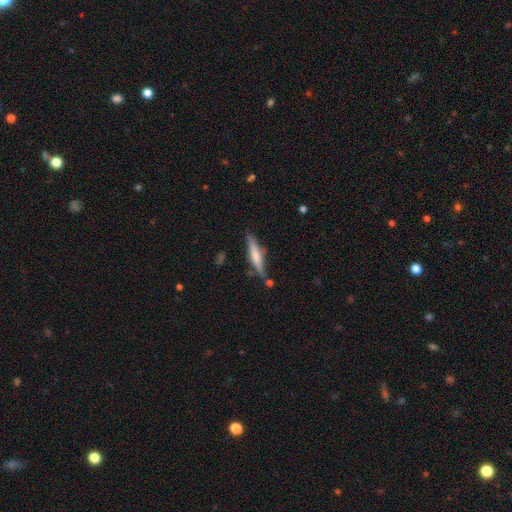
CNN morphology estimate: Overall: featured or disk (49%; smooth 45%). Merging: none (78%).